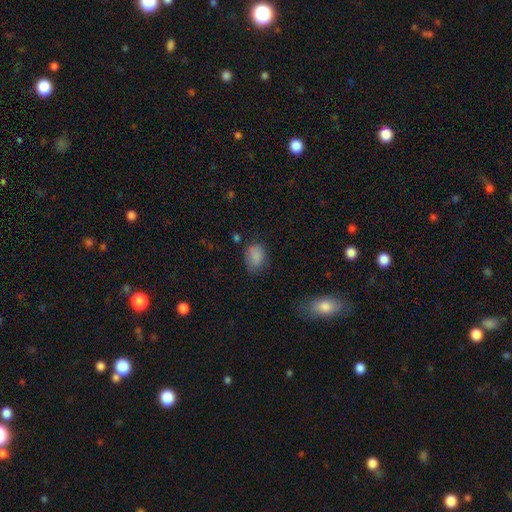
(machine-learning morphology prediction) This appears to be a smooth galaxy with no disk features (84%) that is in between round and cigar-shaped (73%). Merging: none (64%).